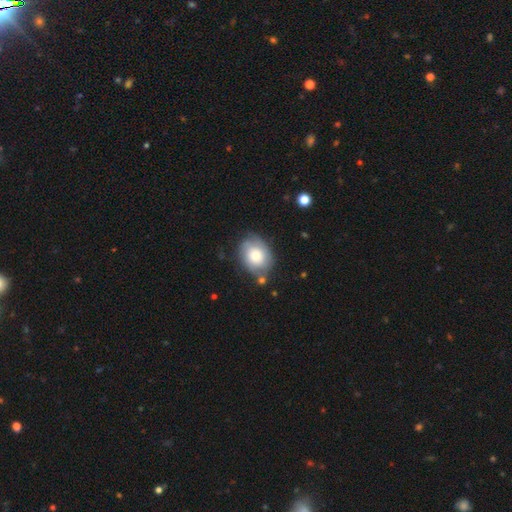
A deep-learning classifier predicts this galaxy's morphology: Smooth or featured?
  - smooth: 55% *
  - featured or disk: 38%
  - star or artifact: 7%
How rounded?
  - in between: 57% *
  - round: 42%
  - cigar-shaped: 1%
Merging?
  - none: 64% *
  - minor disturbance: 23%
  - major disturbance: 7%
  - merger: 6%